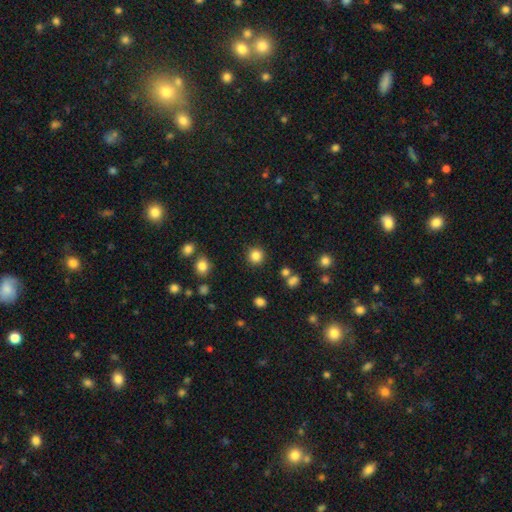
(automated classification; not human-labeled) Morphology: type=smooth (84%); roundness=round (93%); merging=none (89%).